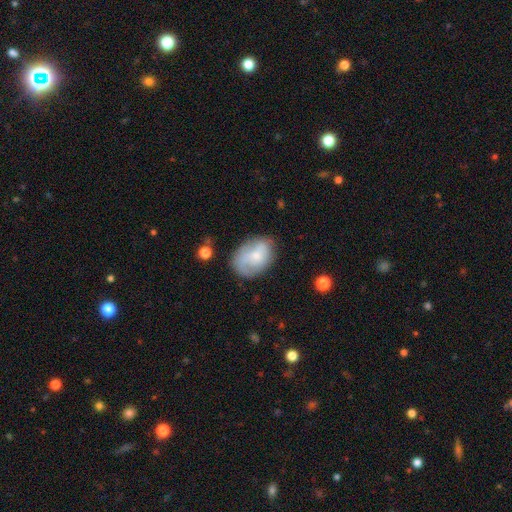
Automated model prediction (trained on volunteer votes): A smooth galaxy with no disk features (48%).

Vote fractions:
- Smooth or featured? smooth: 48% / featured or disk: 44% / star or artifact: 7%
- Merging? none: 63% / minor disturbance: 24% / major disturbance: 10% / merger: 3%